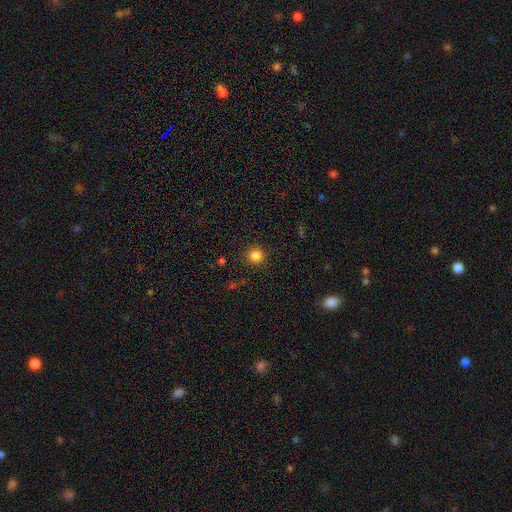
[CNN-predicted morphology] A smooth galaxy with no disk features (83%) that is round (93%).

Vote fractions:
- Smooth or featured? smooth: 83% / star or artifact: 13% / featured or disk: 4%
- How rounded? round: 93% / in between: 6% / cigar-shaped: 1%
- Merging? none: 89% / minor disturbance: 7% / major disturbance: 2% / merger: 1%